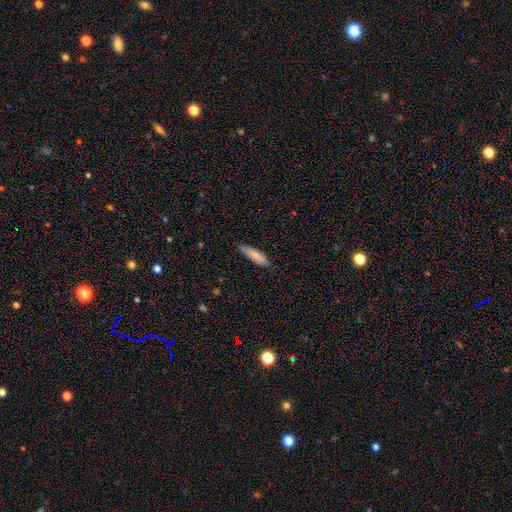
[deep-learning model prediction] Smooth or featured?
  - smooth: 79% *
  - featured or disk: 15%
  - star or artifact: 6%
How rounded?
  - cigar-shaped: 65% *
  - in between: 34%
  - round: 2%
Merging?
  - none: 77% *
  - minor disturbance: 19%
  - major disturbance: 3%
  - merger: 1%